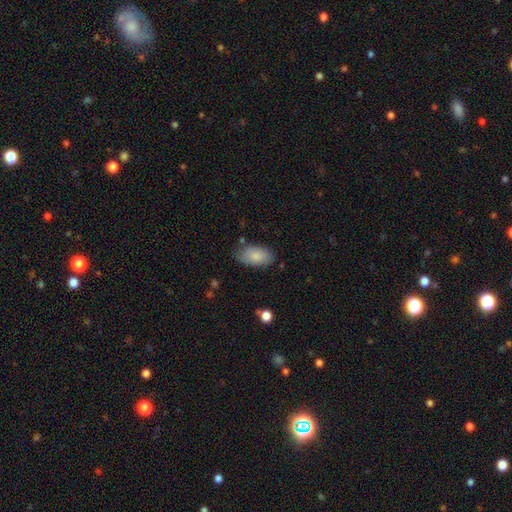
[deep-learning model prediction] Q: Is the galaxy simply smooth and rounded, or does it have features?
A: smooth — 84%.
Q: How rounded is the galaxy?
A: in between — 94%.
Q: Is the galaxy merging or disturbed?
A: none — 74%.